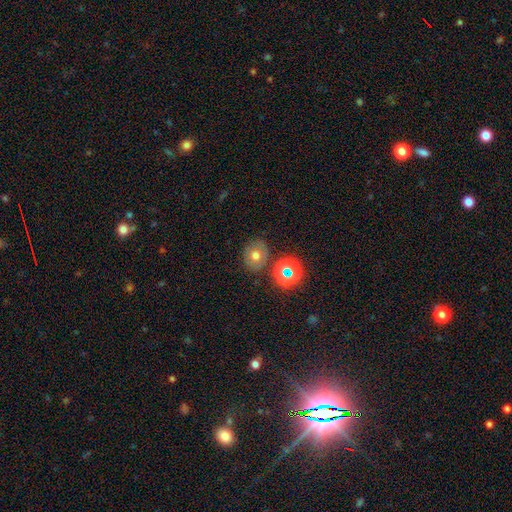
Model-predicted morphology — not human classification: This appears to be a smooth galaxy with no disk features (60%) that is round (59%). Merging: none (79%).